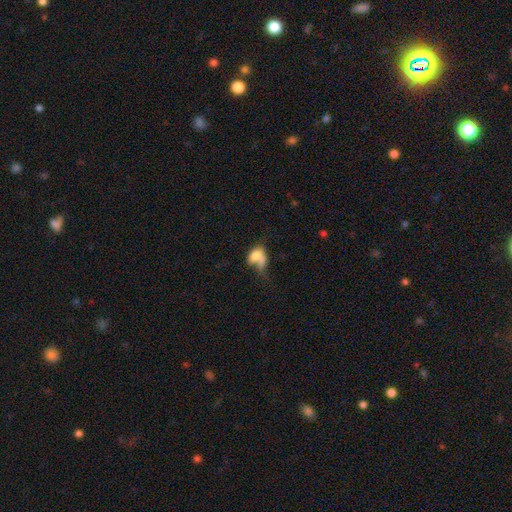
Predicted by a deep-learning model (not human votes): Smooth or featured: smooth — 67% (featured or disk — 23%)
How rounded: in between — 76% (round — 21%)
Merging: merger — 31% (major disturbance — 30%)